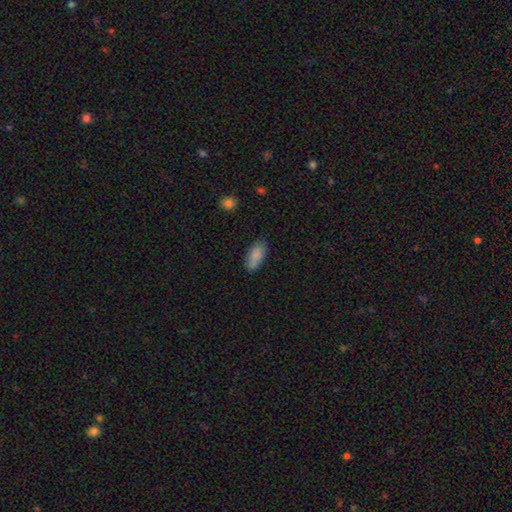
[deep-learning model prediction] This appears to be a smooth galaxy with no disk features (86%) that is in between round and cigar-shaped (89%). Merging: none (76%).